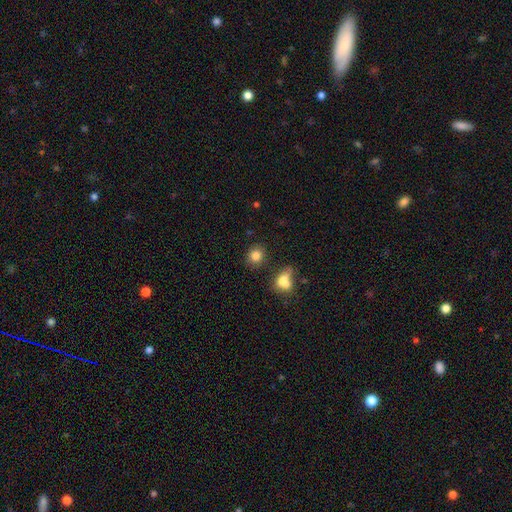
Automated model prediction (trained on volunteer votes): Smooth or featured: smooth — 83% (star or artifact — 10%)
How rounded: round — 74% (in between — 25%)
Merging: none — 80% (minor disturbance — 10%)